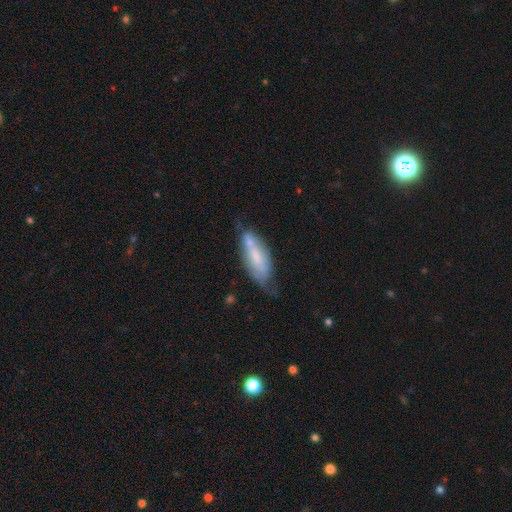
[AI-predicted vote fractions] Overall: smooth (48%; featured or disk 44%). Merging: none (44%; minor disturbance 35%).